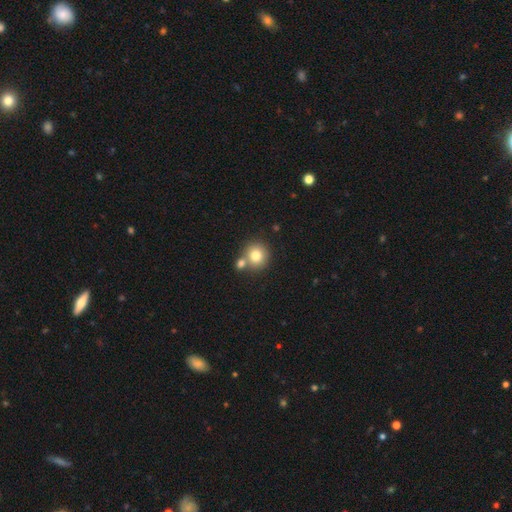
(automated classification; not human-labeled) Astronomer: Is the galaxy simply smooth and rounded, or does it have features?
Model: smooth — 78%.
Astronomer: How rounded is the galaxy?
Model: round — 87%.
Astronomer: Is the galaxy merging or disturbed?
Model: none — 58%.